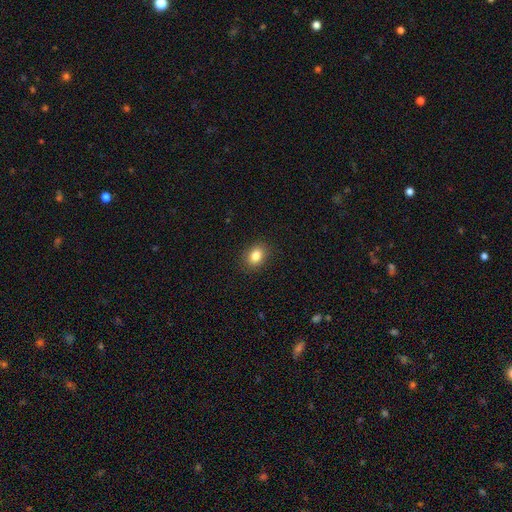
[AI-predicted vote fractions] Overall: smooth (84%). How rounded: in between (61%; round 37%). Merging: none (89%).